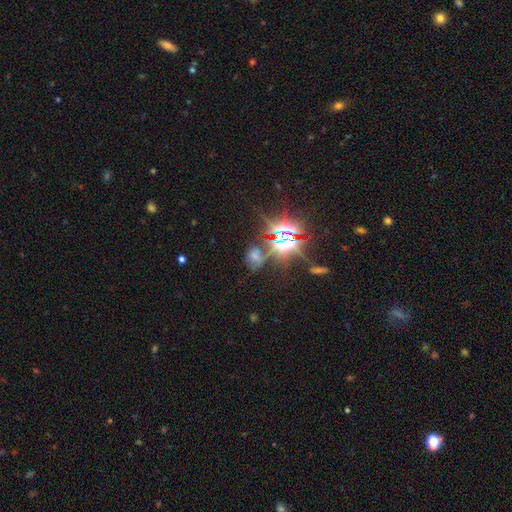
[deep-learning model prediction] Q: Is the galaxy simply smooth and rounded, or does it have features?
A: star or artifact — 52%.